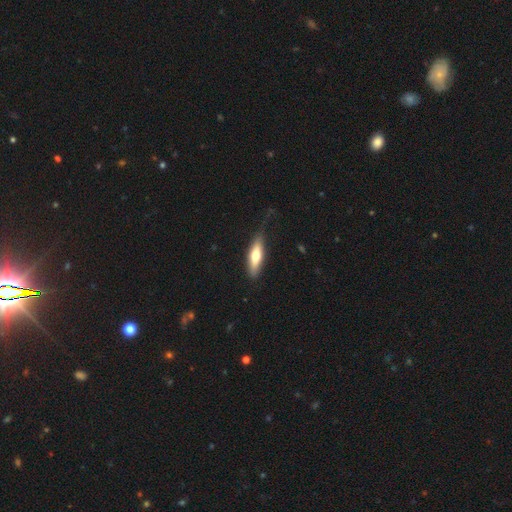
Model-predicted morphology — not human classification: Overall: smooth (61%; featured or disk 33%). How rounded: cigar-shaped (59%; in between 39%). Merging: none (73%).